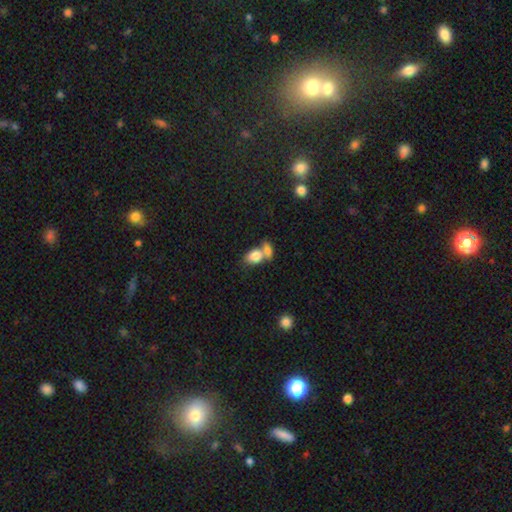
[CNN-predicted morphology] The model was most divided on "merging": merger: 62%, none: 26%, minor disturbance: 8%, major disturbance: 4%. More confident: smooth or featured — smooth (80%); how rounded — in between (76%).